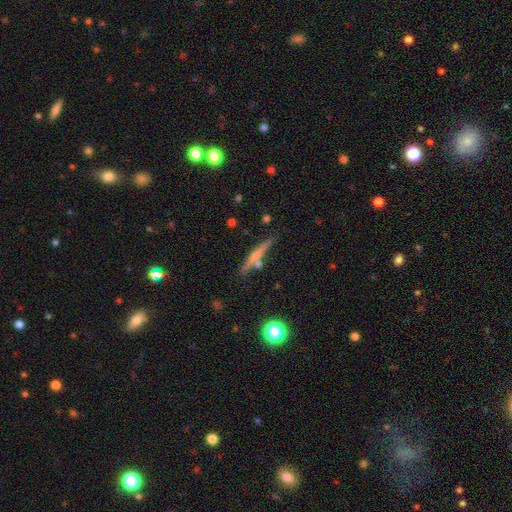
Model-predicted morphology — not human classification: Smooth or featured? Predicted: featured or disk (p=0.57). Edge-on disk? Predicted: yes (p=0.96). Edge-on bulge? Predicted: rounded (p=0.66). Merging? Predicted: none (p=0.80).